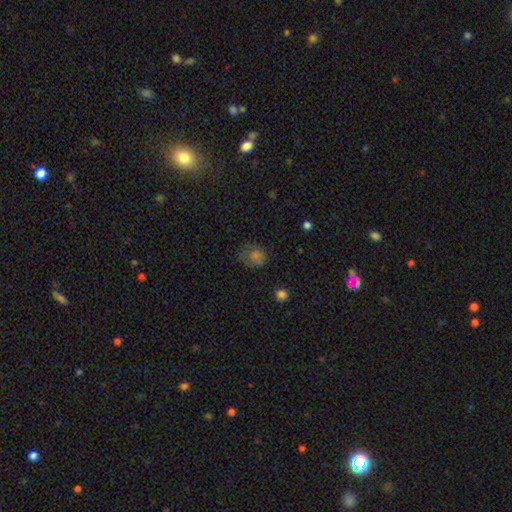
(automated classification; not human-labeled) Smooth or featured?
  - smooth: 61% *
  - star or artifact: 25%
  - featured or disk: 14%
How rounded?
  - round: 60% *
  - in between: 38%
  - cigar-shaped: 1%
Merging?
  - none: 59% *
  - minor disturbance: 24%
  - major disturbance: 14%
  - merger: 3%